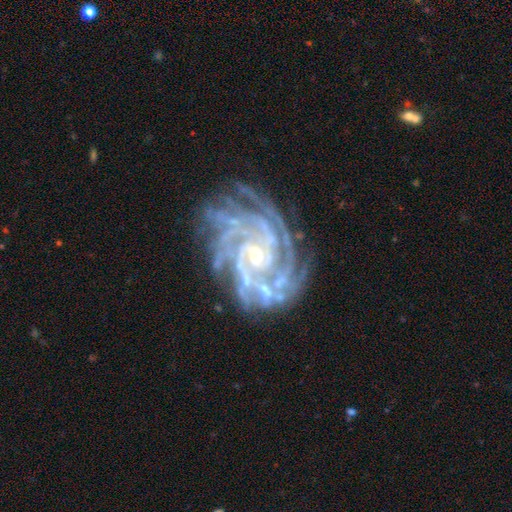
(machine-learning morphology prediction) Smooth or featured?
  - featured or disk: 91% *
  - star or artifact: 6%
  - smooth: 3%
Edge-on disk?
  - no: 98% *
  - yes: 2%
Bar?
  - no: 56% *
  - weak: 31%
  - strong: 13%
Spiral arms?
  - yes: 98% *
  - no: 2%
Spiral winding?
  - tight: 77% *
  - medium: 20%
  - loose: 3%
Spiral arm count?
  - more than 4: 33% *
  - 4: 27%
  - can't tell: 13%
  - 3: 12%
  - 2: 8%
  - 1: 7%
Bulge size?
  - small: 62% *
  - moderate: 33%
  - none: 2%
  - large: 2%
  - dominant: 1%
Merging?
  - none: 71% *
  - minor disturbance: 18%
  - major disturbance: 8%
  - merger: 3%